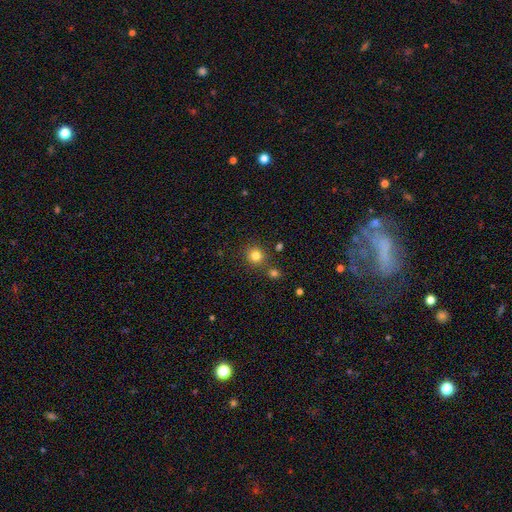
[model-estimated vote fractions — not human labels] A smooth galaxy with no disk features (81%) that is round (89%).

Vote fractions:
- Smooth or featured? smooth: 81% / star or artifact: 13% / featured or disk: 6%
- How rounded? round: 89% / in between: 10% / cigar-shaped: 1%
- Merging? none: 79% / merger: 10% / minor disturbance: 8% / major disturbance: 3%